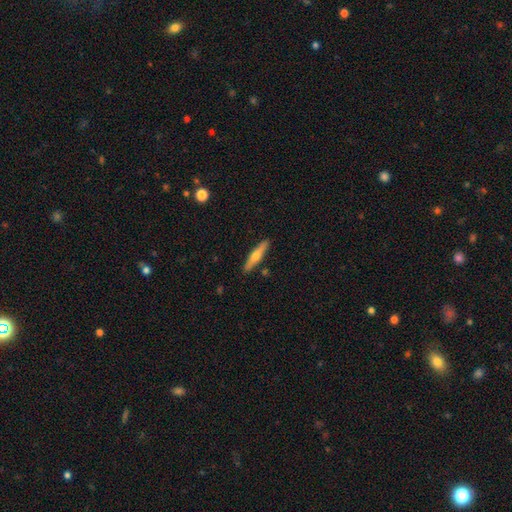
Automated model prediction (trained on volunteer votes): smooth_or_featured: featured or disk (p=0.50) [alt: smooth p=0.44]
disk_edge_on: yes (p=0.94) [alt: no p=0.06]
merging: none (p=0.89) [alt: minor disturbance p=0.07]